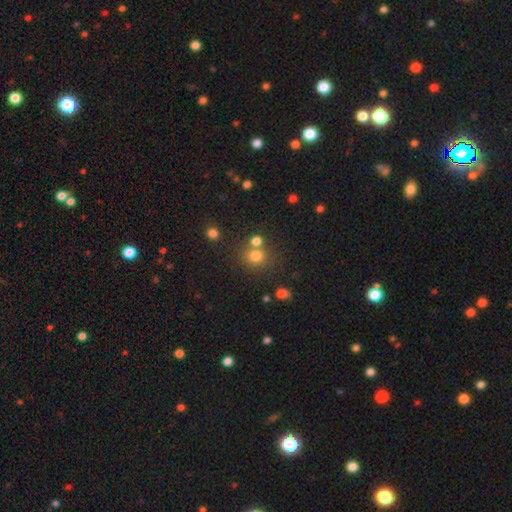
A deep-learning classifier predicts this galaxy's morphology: A smooth galaxy with no disk features (76%) that is round (83%).

Vote fractions:
- Smooth or featured? smooth: 76% / star or artifact: 16% / featured or disk: 8%
- How rounded? round: 83% / in between: 17% / cigar-shaped: 1%
- Merging? none: 64% / merger: 23% / minor disturbance: 9% / major disturbance: 4%